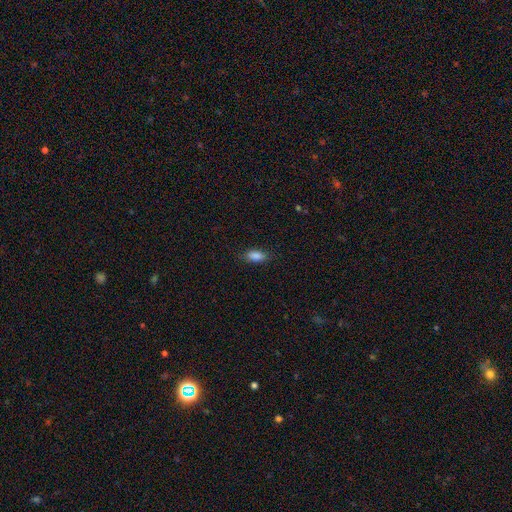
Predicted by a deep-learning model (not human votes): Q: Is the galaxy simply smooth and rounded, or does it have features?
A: smooth — 87%.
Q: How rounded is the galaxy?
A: in between — 87%.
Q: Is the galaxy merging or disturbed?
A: none — 85%.